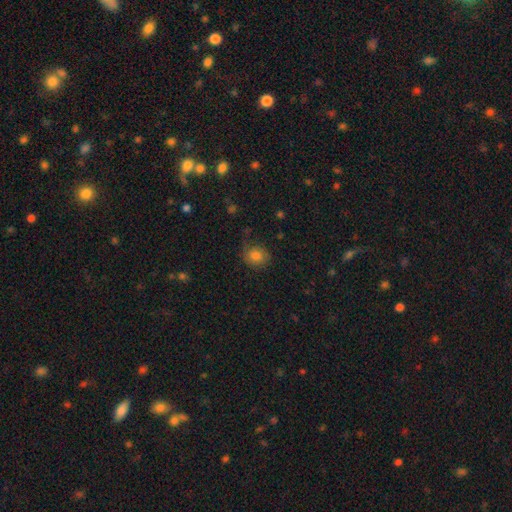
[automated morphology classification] Q: Smooth or featured?
A: smooth (79%); runner-up: star or artifact (11%)
Q: How rounded?
A: round (69%); runner-up: in between (30%)
Q: Merging?
A: none (73%); runner-up: minor disturbance (20%)